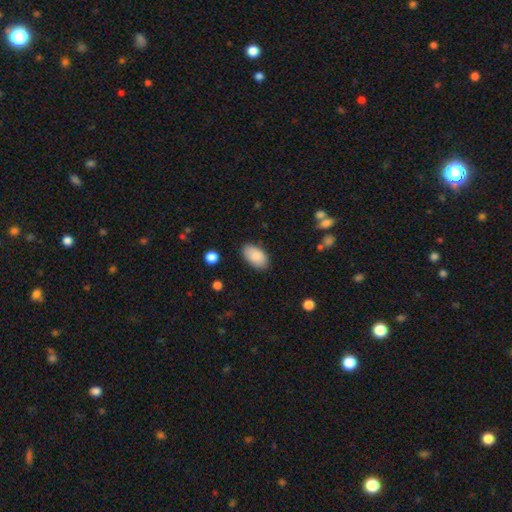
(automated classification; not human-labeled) Smooth or featured? smooth (89%)
How rounded? in between (95%)
Merging? none (85%)